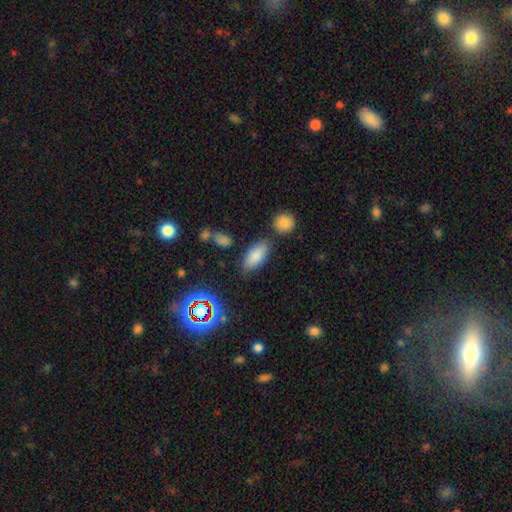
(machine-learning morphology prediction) Smooth or featured? smooth (82%)
How rounded? in between (87%)
Merging? none (76%)